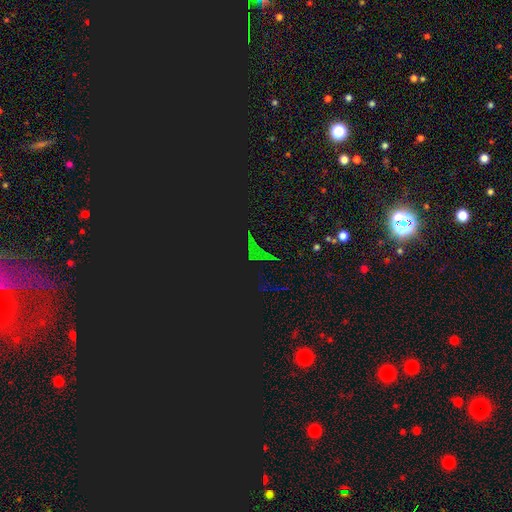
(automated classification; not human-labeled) This is likely a star or artifact rather than a galaxy (79%).